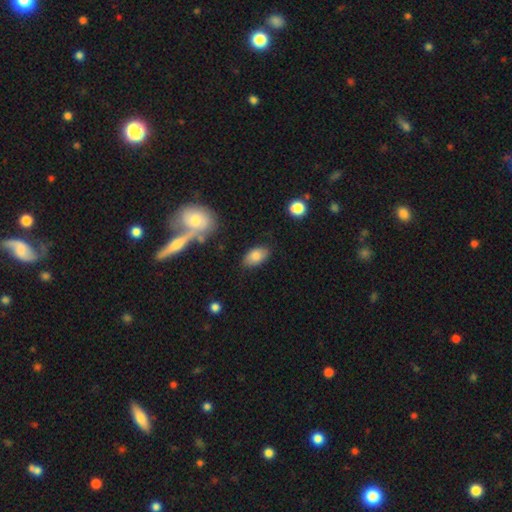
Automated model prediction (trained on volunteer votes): Smooth or featured? Predicted: smooth (p=0.80). How rounded? Predicted: in between (p=0.93). Merging? Predicted: none (p=0.80).